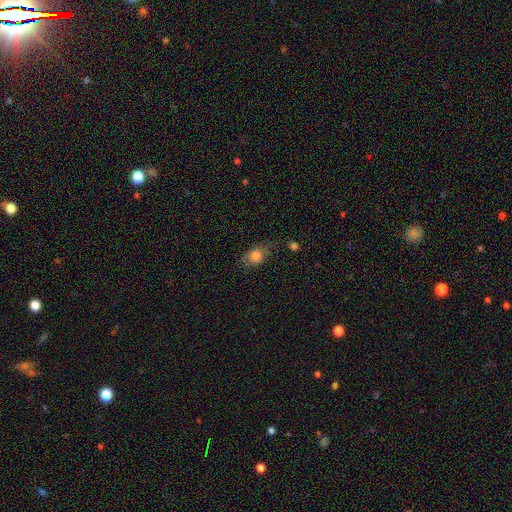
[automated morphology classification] type=smooth (78%); roundness=in between (65%); merging=none (56%).